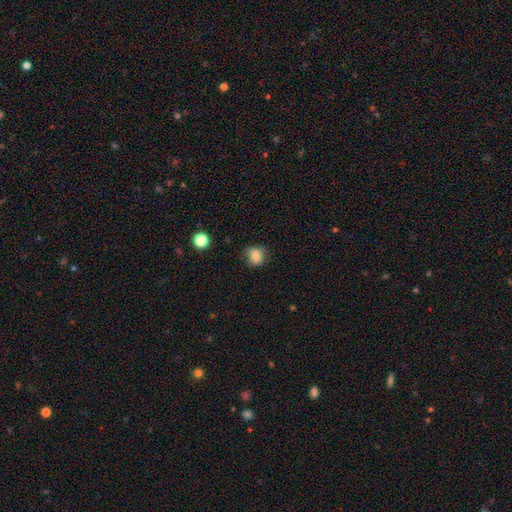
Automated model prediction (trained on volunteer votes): Smooth or featured? smooth (82%)
How rounded? round (74%)
Merging? none (77%)